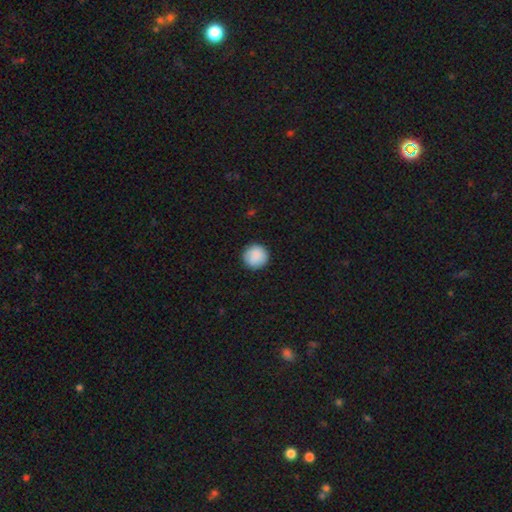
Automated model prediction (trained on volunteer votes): Smooth or featured? smooth (89%)
How rounded? round (95%)
Merging? none (91%)